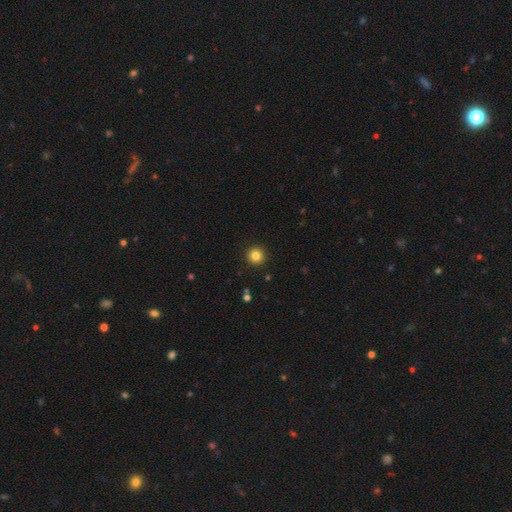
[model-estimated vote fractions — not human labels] smooth-or-featured: smooth: 83% | star or artifact: 12% | featured or disk: 5%
  how-rounded: round: 96% | in between: 3% | cigar-shaped: 1%
  merging: none: 93% | minor disturbance: 4% | major disturbance: 2% | merger: 1%